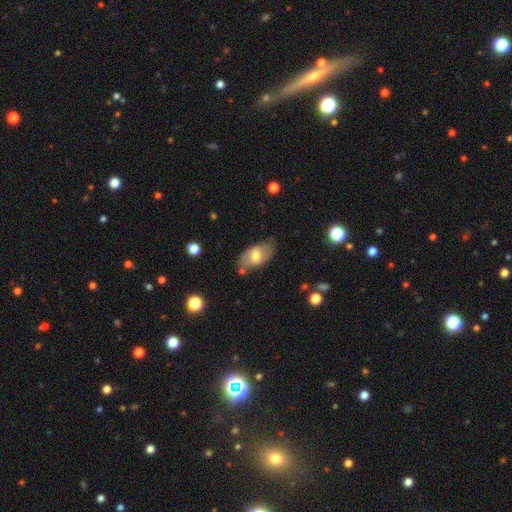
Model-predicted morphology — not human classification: Overall: smooth (58%; featured or disk 35%). How rounded: in between (92%). Merging: none (70%).